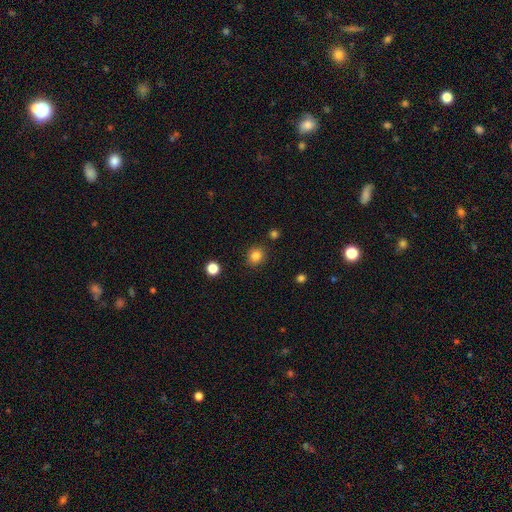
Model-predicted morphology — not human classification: This appears to be a smooth galaxy with no disk features (84%) that is round (82%). Merging: none (86%).